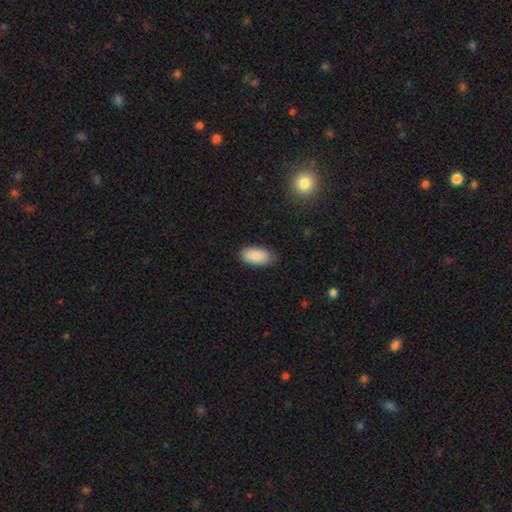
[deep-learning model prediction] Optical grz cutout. It shows a smooth galaxy with no disk features (89%) that is in between round and cigar-shaped (94%). Merging: none (78%).